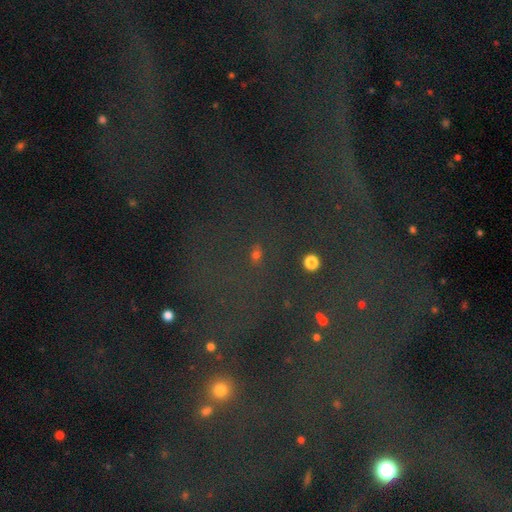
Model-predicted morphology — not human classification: This appears to be a star or artifact, not a galaxy (68%).